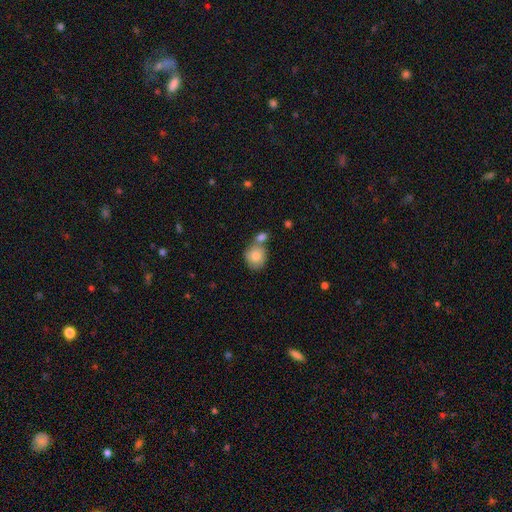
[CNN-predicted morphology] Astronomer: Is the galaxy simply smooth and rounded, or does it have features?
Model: smooth — 79%.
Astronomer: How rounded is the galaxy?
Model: round — 82%.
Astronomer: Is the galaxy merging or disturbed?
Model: none — 49% (runner-up: merger, 36%).